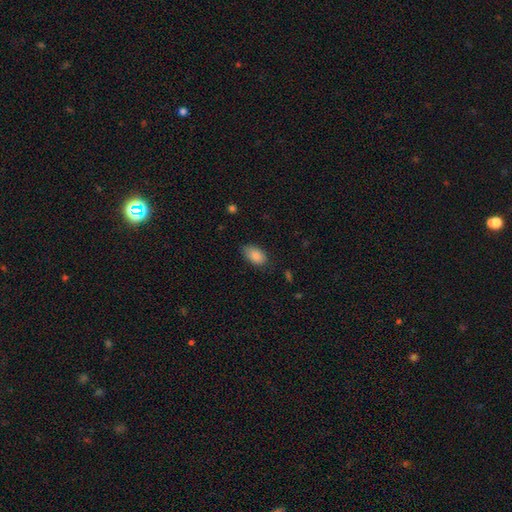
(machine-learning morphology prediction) A smooth galaxy with no disk features (85%) that is in between round and cigar-shaped (92%). Merging: none (75%).